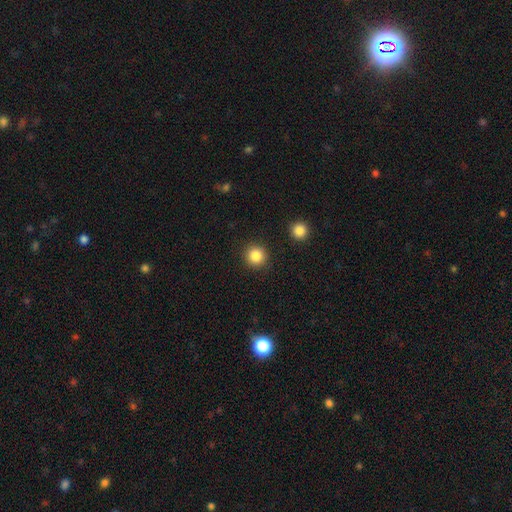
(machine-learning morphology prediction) This is clearly a smooth galaxy (86%). How rounded: clearly round (94%). Merging: clearly none (90%).